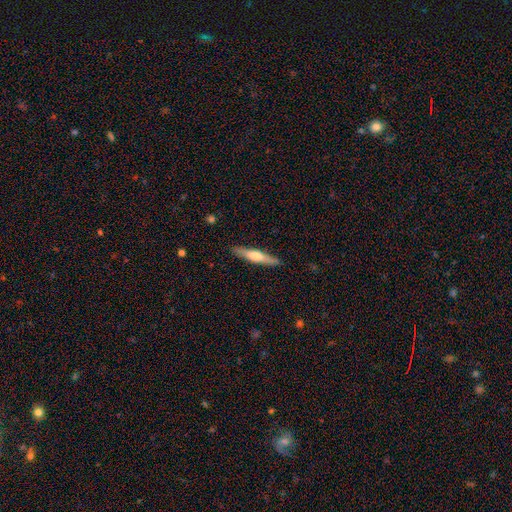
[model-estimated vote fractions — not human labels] Smooth or featured: featured or disk — 49% (smooth — 46%)
Merging: none — 90% (minor disturbance — 8%)